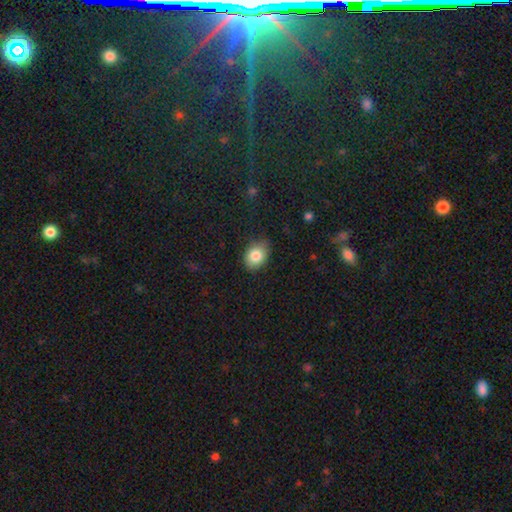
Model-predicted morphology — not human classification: type=smooth (83%); roundness=in between (71%); merging=none (80%).